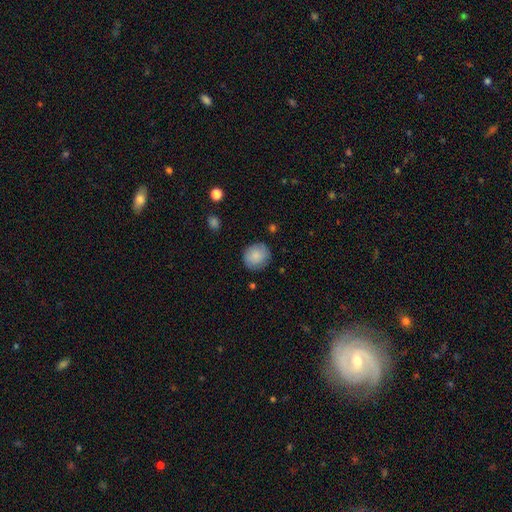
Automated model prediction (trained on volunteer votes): A smooth galaxy with no disk features (84%) that is round (85%). Merging: none (82%).